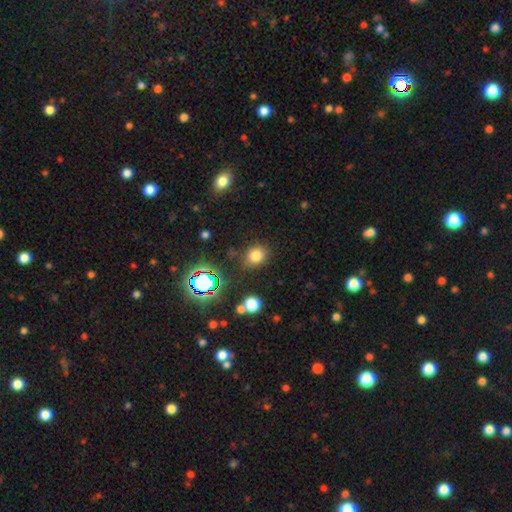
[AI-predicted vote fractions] Smooth or featured?
  - smooth: 75% *
  - star or artifact: 19%
  - featured or disk: 6%
How rounded?
  - round: 64% *
  - in between: 35%
  - cigar-shaped: 1%
Merging?
  - none: 78% *
  - minor disturbance: 14%
  - major disturbance: 5%
  - merger: 4%